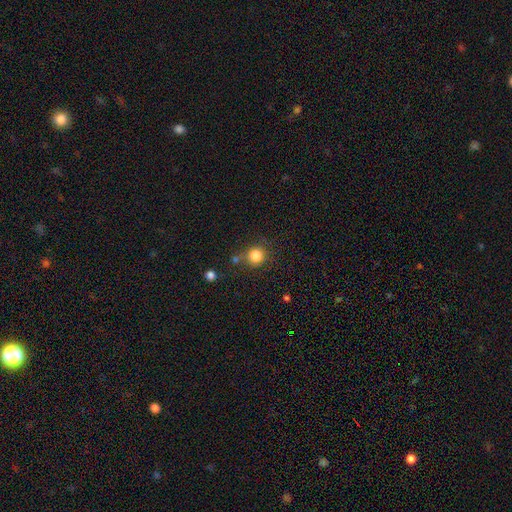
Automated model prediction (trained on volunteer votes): This appears to be a smooth galaxy with no disk features (83%) that is round (92%). Merging: none (75%).